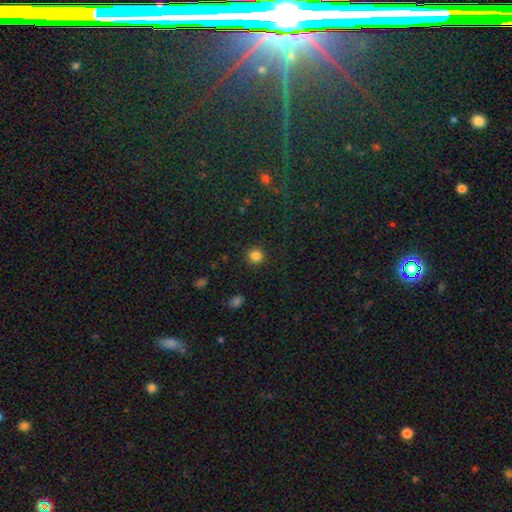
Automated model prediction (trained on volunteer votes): Smooth or featured: smooth — 83% (star or artifact — 12%)
How rounded: round — 94% (in between — 5%)
Merging: none — 91% (minor disturbance — 6%)